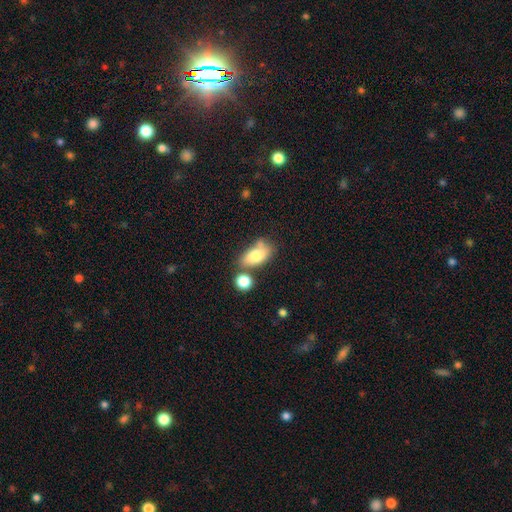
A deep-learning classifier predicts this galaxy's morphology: Q: Smooth or featured?
A: smooth (75%); runner-up: featured or disk (16%)
Q: How rounded?
A: in between (87%); runner-up: cigar-shaped (7%)
Q: Merging?
A: none (48%); runner-up: merger (24%)